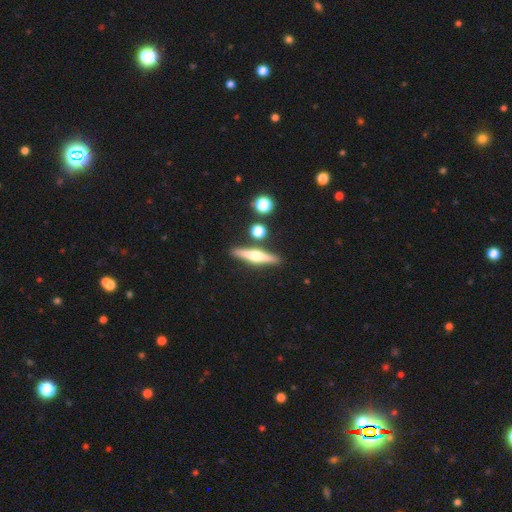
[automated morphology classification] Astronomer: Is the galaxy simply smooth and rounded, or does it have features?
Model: featured or disk — 61%.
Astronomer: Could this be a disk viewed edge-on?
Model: yes — 96%.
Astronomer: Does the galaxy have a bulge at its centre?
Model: rounded — 91%.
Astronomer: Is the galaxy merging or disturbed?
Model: none — 85%.